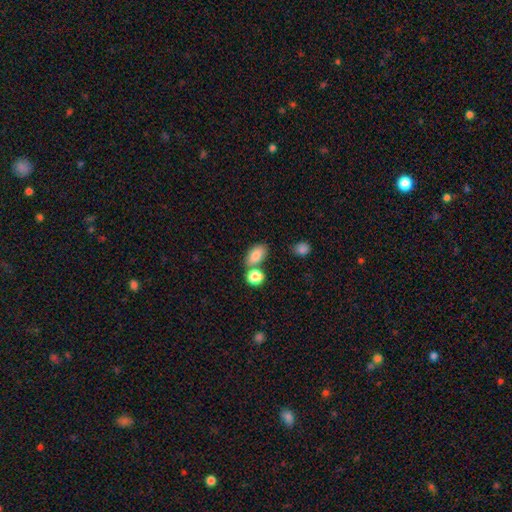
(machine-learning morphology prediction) Overall: smooth (82%). How rounded: in between (87%). Merging: none (60%; merger 23%).